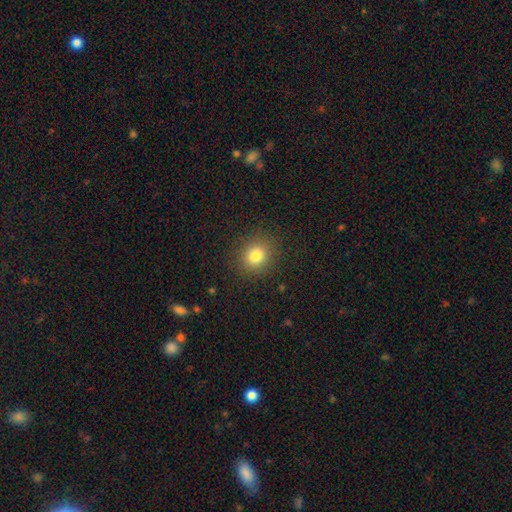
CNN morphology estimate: smooth 80%, star or artifact 13%, featured or disk 7%. Down the decision tree: how rounded — round (79%); merging — none (89%).